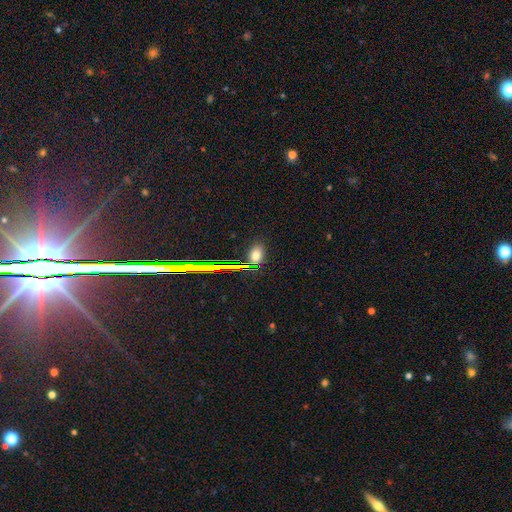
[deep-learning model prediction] Smooth or featured: smooth — 69% (star or artifact — 23%)
How rounded: in between — 70% (round — 27%)
Merging: none — 83% (minor disturbance — 11%)